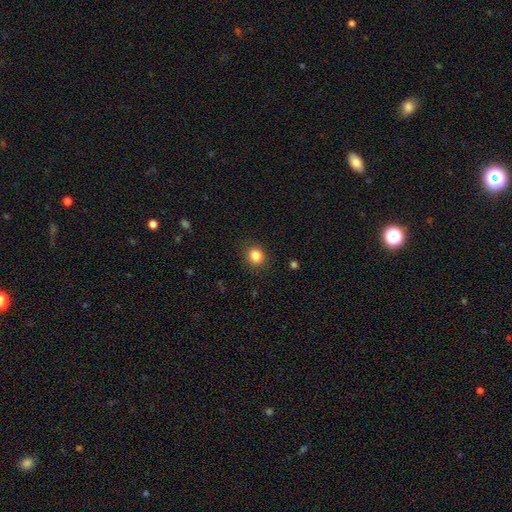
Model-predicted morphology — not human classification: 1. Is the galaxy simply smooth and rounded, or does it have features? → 84% smooth, 11% star or artifact, 5% featured or disk.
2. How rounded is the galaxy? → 75% round, 24% in between, 1% cigar-shaped.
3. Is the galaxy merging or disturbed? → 88% none, 8% minor disturbance, 3% major disturbance, 1% merger.